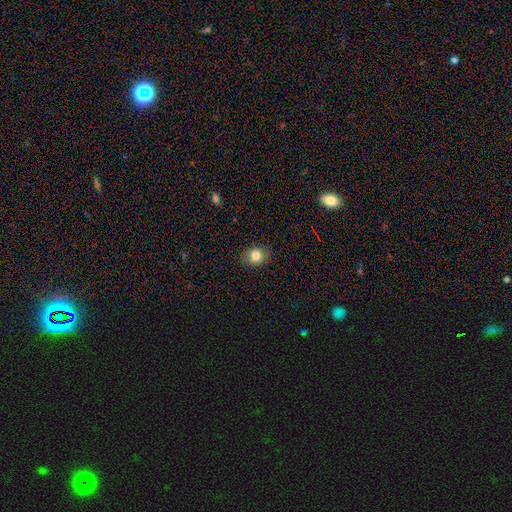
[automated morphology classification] Smooth or featured? smooth (81%)
How rounded? round (52%)
Merging? none (83%)